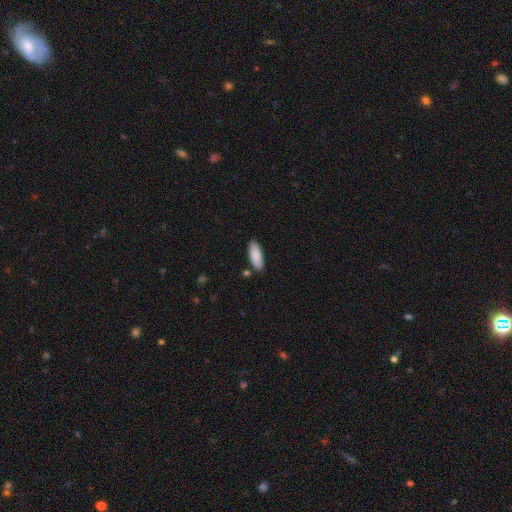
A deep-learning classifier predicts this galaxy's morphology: smooth-or-featured: smooth: 89% | star or artifact: 6% | featured or disk: 6%
  how-rounded: in between: 74% | cigar-shaped: 24% | round: 2%
  merging: none: 83% | minor disturbance: 11% | merger: 4% | major disturbance: 2%